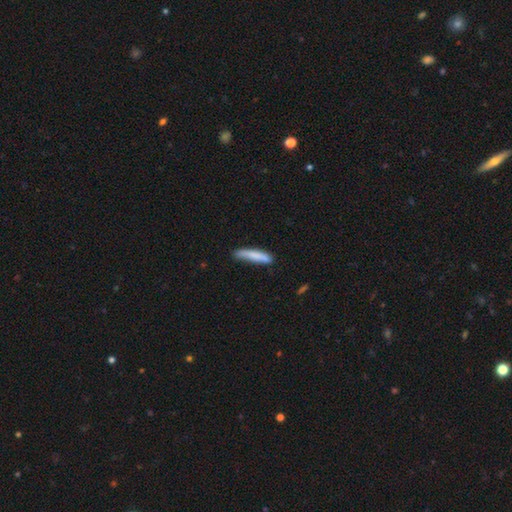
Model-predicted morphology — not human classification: The model was most divided on "merging": none: 70%, minor disturbance: 23%, major disturbance: 4%, merger: 3%. More confident: how rounded — cigar-shaped (90%); smooth or featured — smooth (79%).